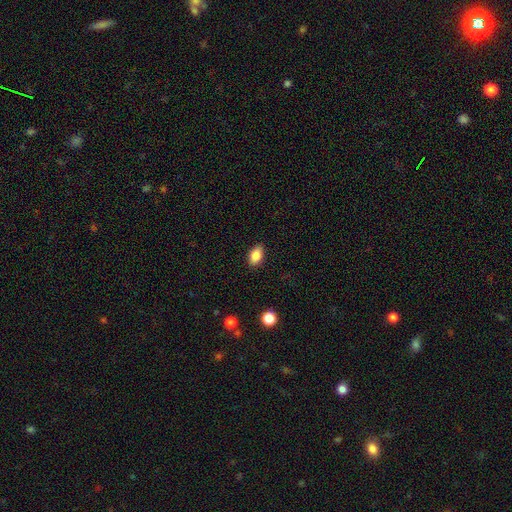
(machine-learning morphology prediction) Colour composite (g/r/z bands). It shows a smooth galaxy with no disk features (85%) that is in between round and cigar-shaped (89%). Merging: none (87%).